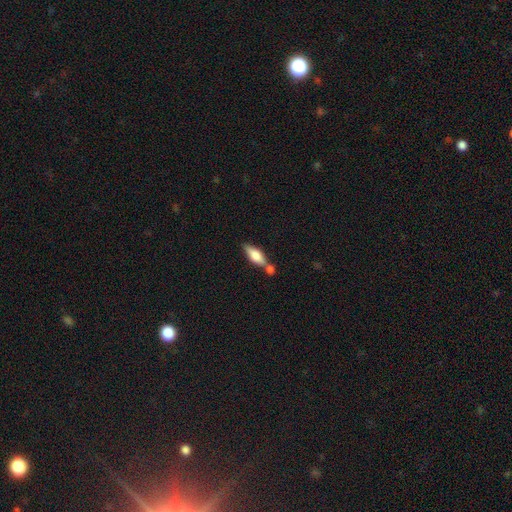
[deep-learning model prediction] A smooth galaxy with no disk features (65%) that is in between round and cigar-shaped (64%).

Vote fractions:
- Smooth or featured? smooth: 65% / featured or disk: 28% / star or artifact: 7%
- How rounded? in between: 64% / cigar-shaped: 33% / round: 3%
- Merging? none: 47% / merger: 34% / minor disturbance: 14% / major disturbance: 4%